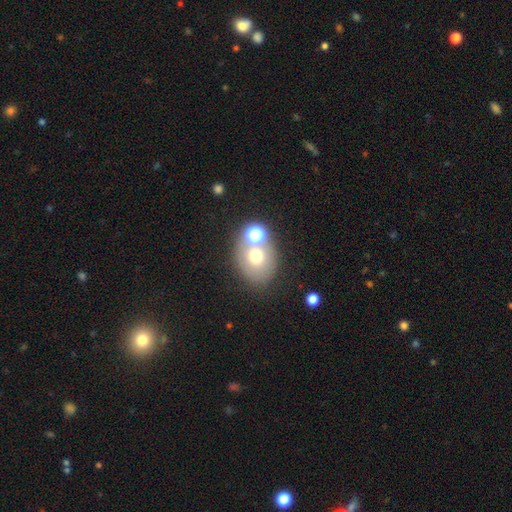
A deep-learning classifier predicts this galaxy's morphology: A smooth galaxy with no disk features (62%) that is round (64%). Merging: none (53%).